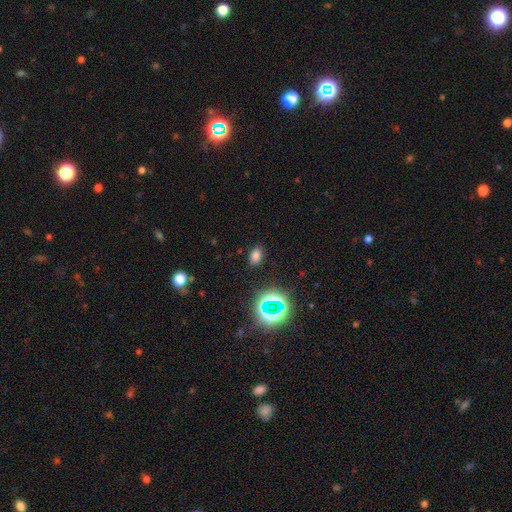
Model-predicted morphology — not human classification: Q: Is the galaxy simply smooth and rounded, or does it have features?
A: smooth — 68%.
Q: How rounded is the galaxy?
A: in between — 85%.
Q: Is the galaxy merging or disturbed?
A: none — 86%.